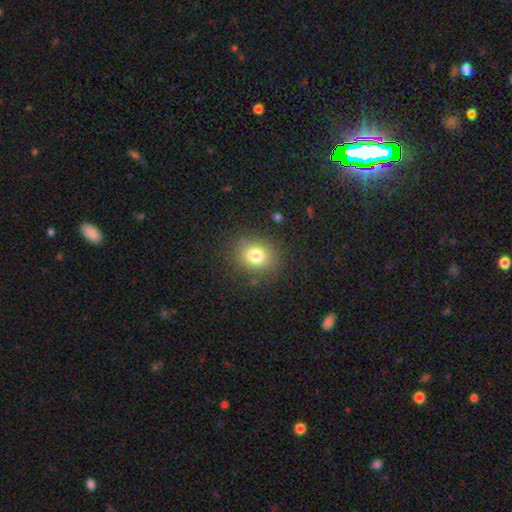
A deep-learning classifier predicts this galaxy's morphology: Smooth or featured?
  - smooth: 78% *
  - star or artifact: 13%
  - featured or disk: 9%
How rounded?
  - round: 66% *
  - in between: 33%
  - cigar-shaped: 1%
Merging?
  - none: 83% *
  - minor disturbance: 11%
  - major disturbance: 4%
  - merger: 2%